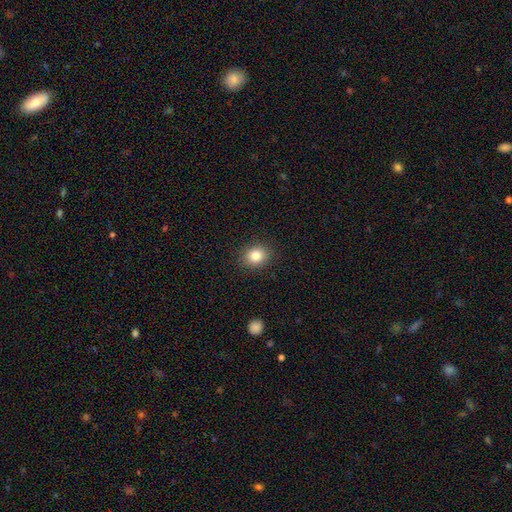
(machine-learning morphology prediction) smooth 84%, star or artifact 10%, featured or disk 6%. Down the decision tree: how rounded — round (60%); merging — none (89%).